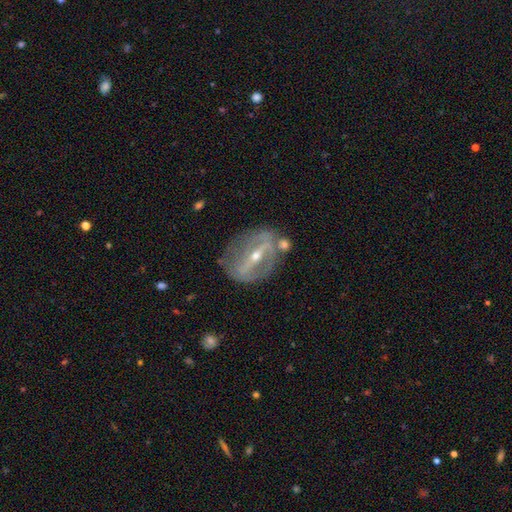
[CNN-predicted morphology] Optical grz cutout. It shows a featured or disk galaxy (81%) with a strong bar (75%), no spiral arms (50%, tied with yes) and a small central bulge (56%). Merging: none (68%).